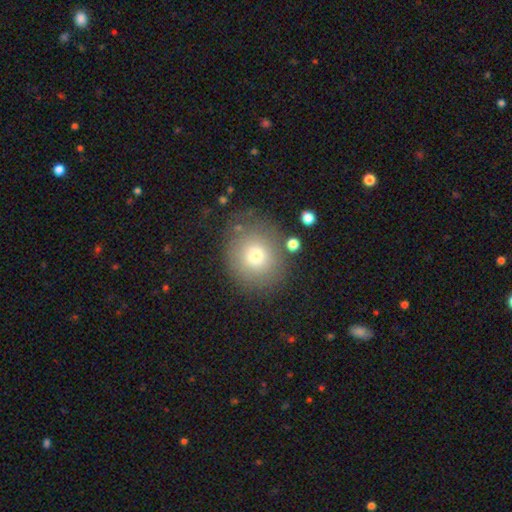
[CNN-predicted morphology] Smooth or featured? smooth (75%)
How rounded? round (75%)
Merging? none (75%)